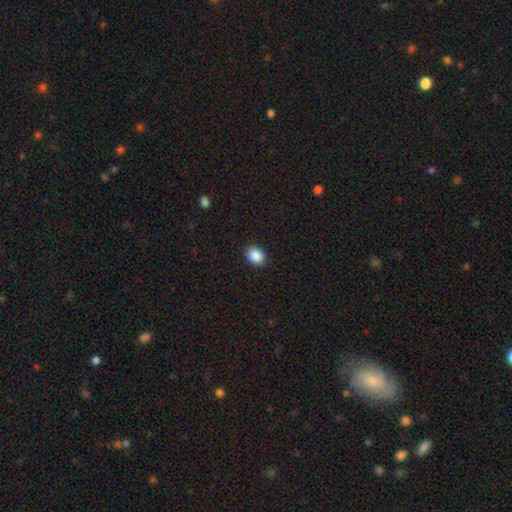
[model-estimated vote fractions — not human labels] A smooth galaxy with no disk features (89%) that is in between round and cigar-shaped (64%). Merging: none (89%).